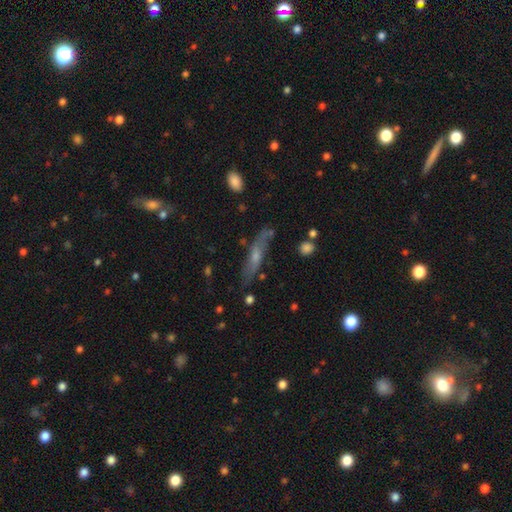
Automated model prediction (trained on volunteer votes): Smooth or featured: featured or disk — 57% (smooth — 32%)
Edge-on disk: yes — 66% (no — 34%)
Merging: none — 73% (minor disturbance — 18%)